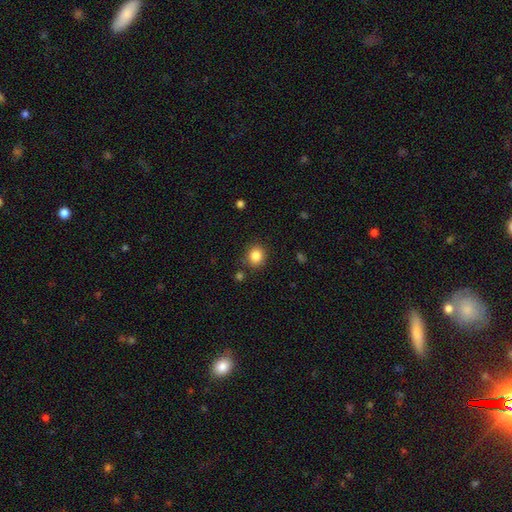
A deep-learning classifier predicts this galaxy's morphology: The model was most divided on "how rounded": round: 79%, in between: 20%, cigar-shaped: 1%. More confident: merging — none (85%); smooth or featured — smooth (85%).